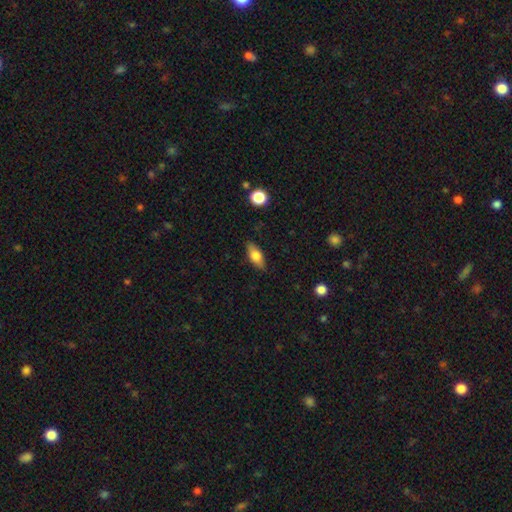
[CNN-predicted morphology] Q: Smooth or featured?
A: smooth (72%); runner-up: featured or disk (21%)
Q: How rounded?
A: in between (81%); runner-up: cigar-shaped (15%)
Q: Merging?
A: none (84%); runner-up: minor disturbance (12%)